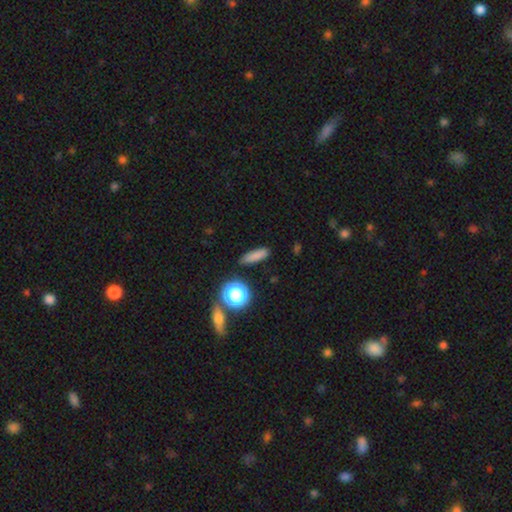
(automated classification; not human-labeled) The model was most divided on "how rounded": cigar-shaped: 59%, in between: 30%, round: 11%. More confident: merging — none (85%); smooth or featured — smooth (79%).